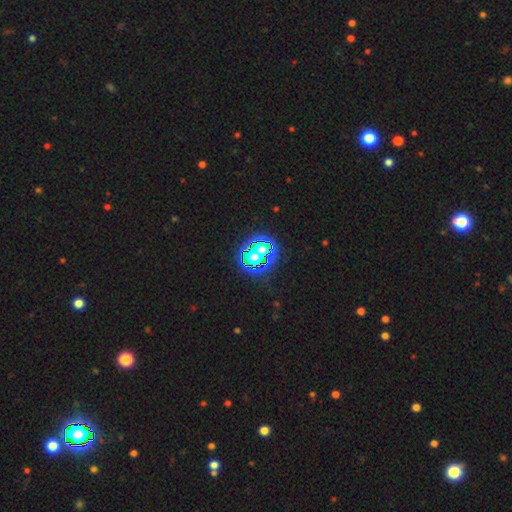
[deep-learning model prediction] This appears to be a star or artifact, not a galaxy (60%).